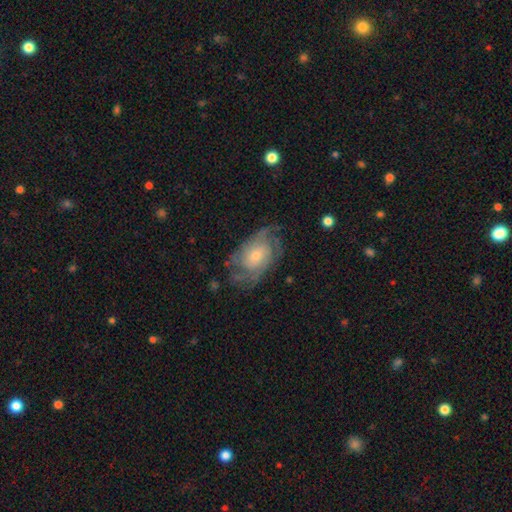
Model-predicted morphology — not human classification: A featured or disk galaxy (80%) with no bar (72%), tight (48%) spiral arms (92%) and a small central bulge (49%).

Vote fractions:
- Smooth or featured? featured or disk: 80% / smooth: 14% / star or artifact: 6%
- Edge-on disk? no: 96% / yes: 4%
- Bar? no: 72% / weak: 24% / strong: 4%
- Spiral arms? yes: 92% / no: 8%
- Spiral winding? tight: 48% / medium: 39% / loose: 13%
- Spiral arm count? can't tell: 32% / 2: 26% / 3: 21% / 4: 11% / 1: 5% / more than 4: 5%
- Bulge size? small: 49% / moderate: 43% / large: 5% / none: 2% / dominant: 1%
- Merging? none: 68% / minor disturbance: 20% / major disturbance: 11% / merger: 1%